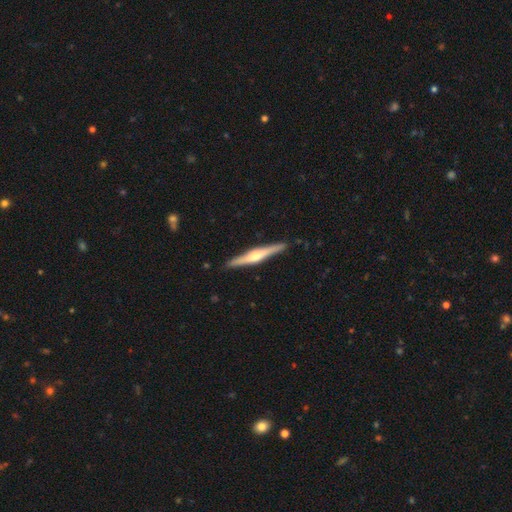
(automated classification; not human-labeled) This appears to be a featured or disk galaxy (76%) viewed edge-on (98%) with a rounded central bulge (80%). Merging: none (90%).